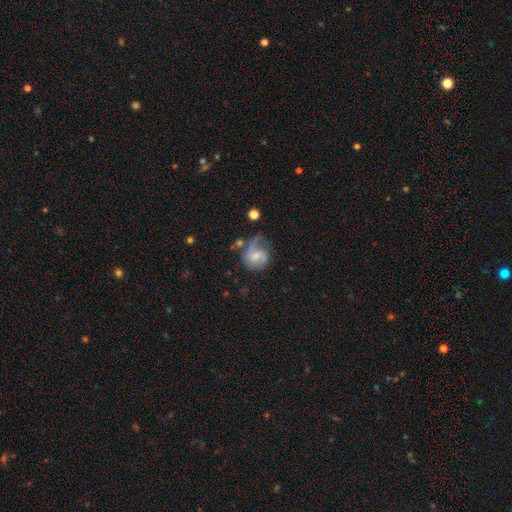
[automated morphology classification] Q: Smooth or featured?
A: featured or disk (63%); runner-up: smooth (29%)
Q: Edge-on disk?
A: no (98%); runner-up: yes (2%)
Q: Bar?
A: weak (47%); runner-up: no (43%)
Q: Spiral arms?
A: yes (86%); runner-up: no (14%)
Q: Spiral winding?
A: medium (43%); runner-up: loose (33%)
Q: Spiral arm count?
A: 2 (47%); runner-up: 1 (35%)
Q: Bulge size?
A: small (45%); runner-up: moderate (39%)
Q: Merging?
A: none (38%); runner-up: minor disturbance (27%)